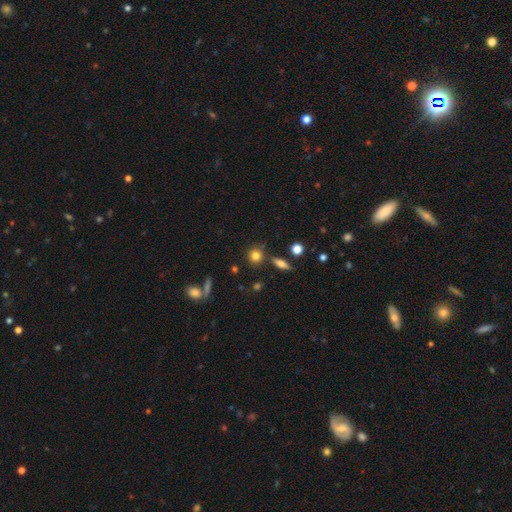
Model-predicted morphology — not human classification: Smooth or featured? Predicted: smooth (p=0.78). How rounded? Predicted: round (p=0.85). Merging? Predicted: none (p=0.77).